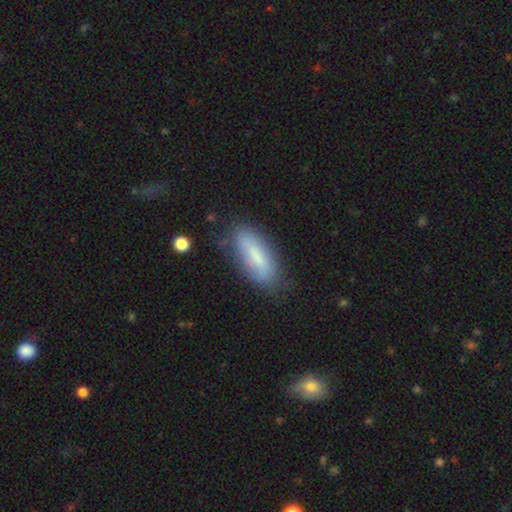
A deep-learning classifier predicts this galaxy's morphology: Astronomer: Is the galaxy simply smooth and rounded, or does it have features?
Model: smooth — 68%.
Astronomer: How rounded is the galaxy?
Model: in between — 62%.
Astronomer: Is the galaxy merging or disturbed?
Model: none — 74%.